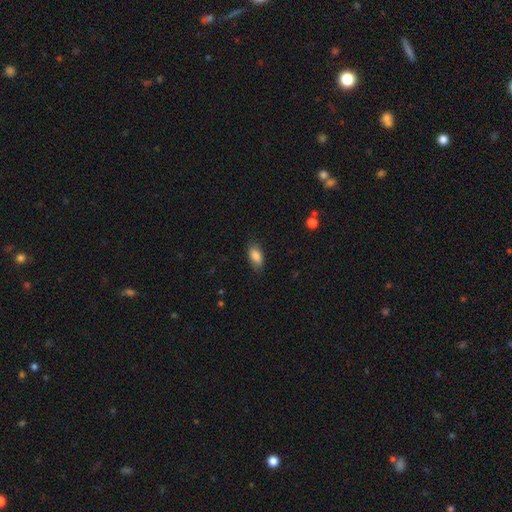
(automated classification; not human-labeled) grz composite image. It shows a smooth galaxy with no disk features (84%) that is in between round and cigar-shaped (89%). Merging: none (80%).